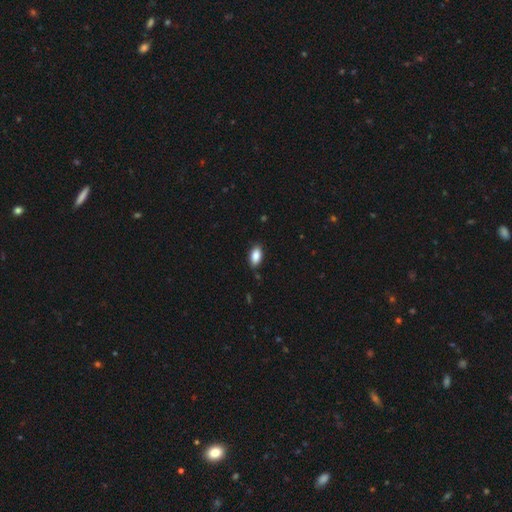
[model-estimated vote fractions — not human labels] smooth-or-featured: smooth: 87% | star or artifact: 7% | featured or disk: 5%
  how-rounded: in between: 92% | cigar-shaped: 4% | round: 3%
  merging: none: 83% | minor disturbance: 13% | major disturbance: 2% | merger: 1%